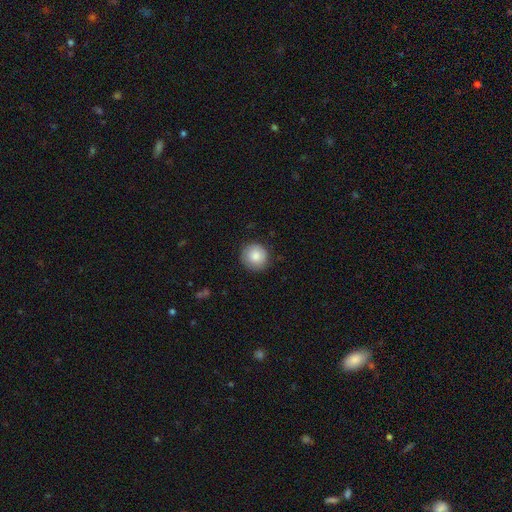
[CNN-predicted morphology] smooth-or-featured: smooth: 83% | featured or disk: 10% | star or artifact: 7%
  how-rounded: round: 94% | in between: 5% | cigar-shaped: 1%
  merging: none: 86% | minor disturbance: 11% | major disturbance: 2% | merger: 1%